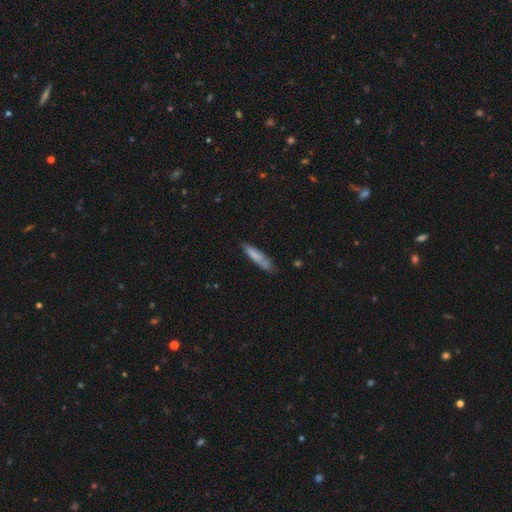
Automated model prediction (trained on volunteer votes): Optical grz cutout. It shows a smooth galaxy with no disk features (75%) that is cigar-shaped (74%). Merging: none (61%).